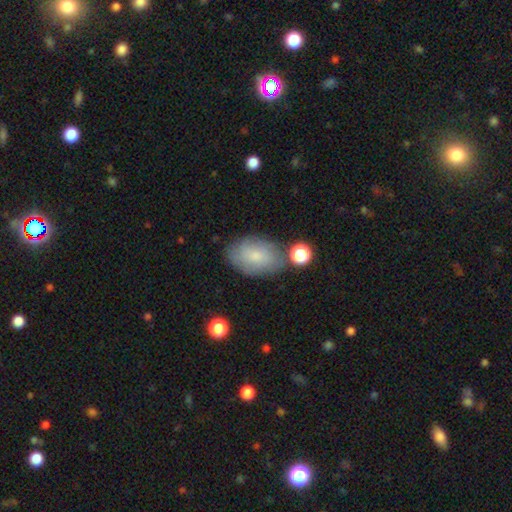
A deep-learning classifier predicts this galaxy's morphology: Smooth or featured?
  - smooth: 69% *
  - featured or disk: 23%
  - star or artifact: 8%
How rounded?
  - in between: 88% *
  - round: 10%
  - cigar-shaped: 2%
Merging?
  - none: 66% *
  - minor disturbance: 21%
  - merger: 7%
  - major disturbance: 6%